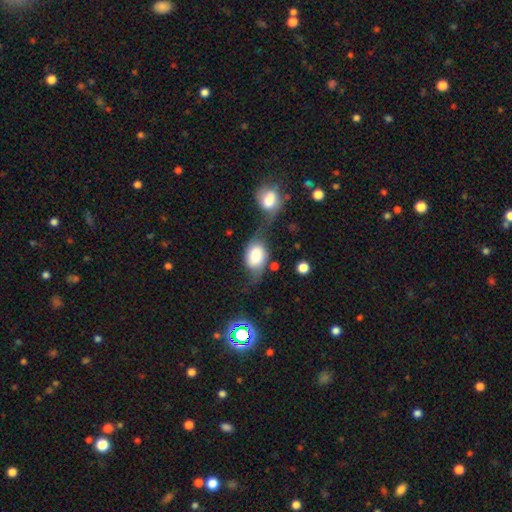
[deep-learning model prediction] smooth_or_featured: smooth (p=0.65) [alt: featured or disk p=0.26]
how_rounded: in between (p=0.75) [alt: round p=0.23]
merging: merger (p=0.30) [alt: none p=0.28]